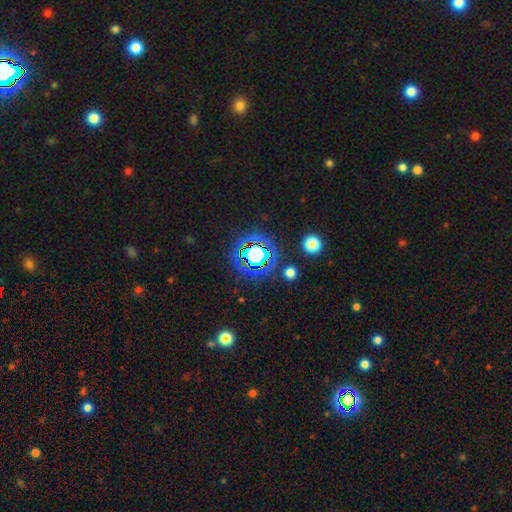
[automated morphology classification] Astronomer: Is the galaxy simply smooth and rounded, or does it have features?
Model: star or artifact — 63%.